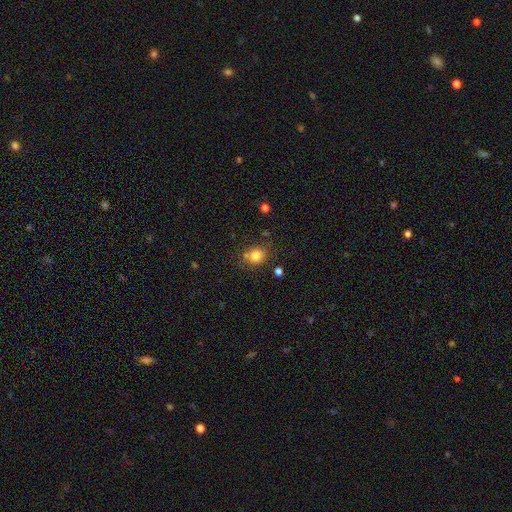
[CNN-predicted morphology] Smooth or featured? smooth (79%)
How rounded? round (77%)
Merging? none (69%)